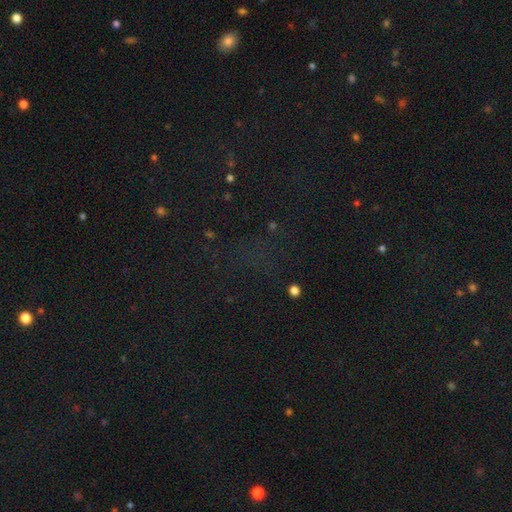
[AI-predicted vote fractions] Smooth or featured? star or artifact (73%)